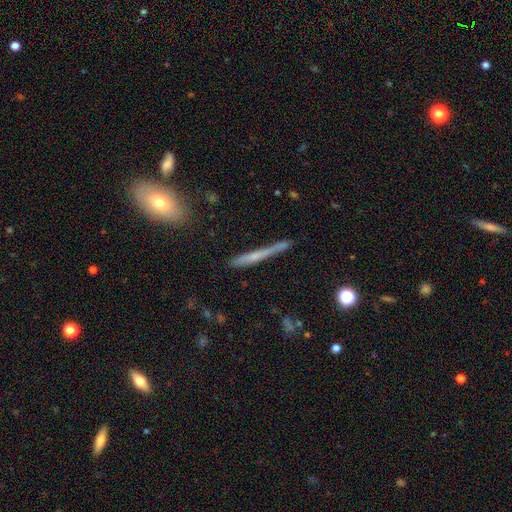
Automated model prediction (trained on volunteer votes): Smooth or featured? Predicted: smooth (p=0.52). How rounded? Predicted: cigar-shaped (p=0.95). Merging? Predicted: none (p=0.74).